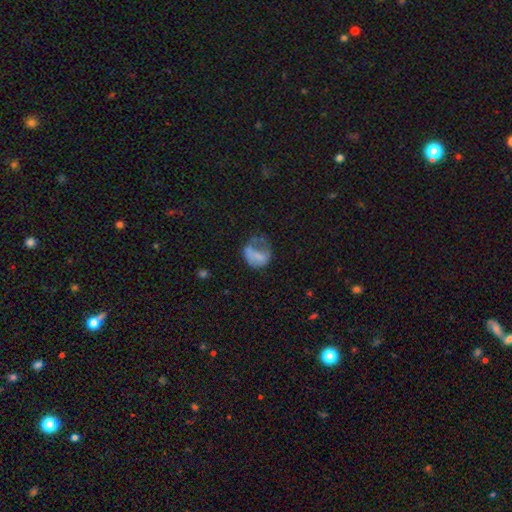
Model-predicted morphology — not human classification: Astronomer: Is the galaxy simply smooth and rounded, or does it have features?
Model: smooth — 60%.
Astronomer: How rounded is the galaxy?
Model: round — 60% (runner-up: in between, 38%).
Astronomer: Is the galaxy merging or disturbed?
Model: major disturbance — 44% (runner-up: none, 28%).